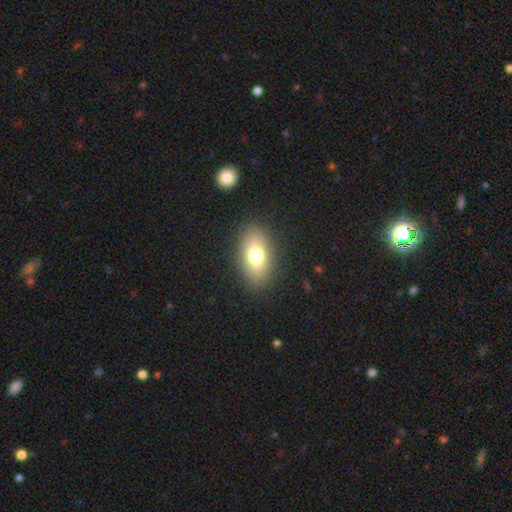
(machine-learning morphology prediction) smooth 74%, featured or disk 16%, star or artifact 10%. Down the decision tree: how rounded — in between (87%); merging — none (87%).